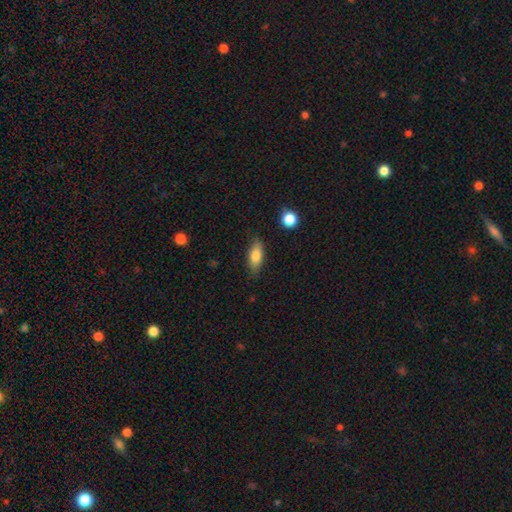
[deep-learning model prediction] A smooth galaxy with no disk features (78%) that is in between round and cigar-shaped (79%). Merging: none (82%).